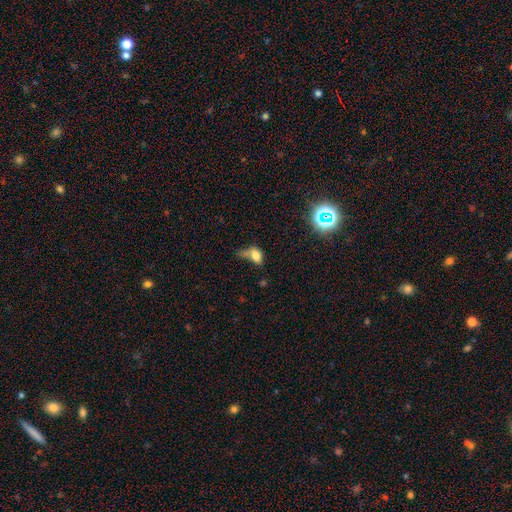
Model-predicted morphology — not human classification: This is likely a smooth galaxy (70%). How rounded: likely in between (74%). Merging: marginally major disturbance (33%).